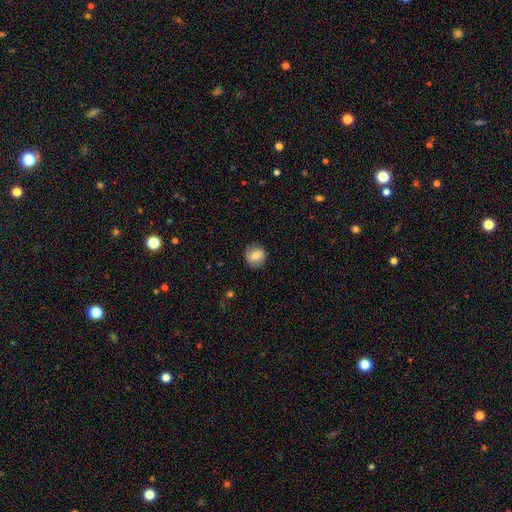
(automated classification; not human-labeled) Smooth or featured: smooth — 70% (featured or disk — 21%)
How rounded: round — 81% (in between — 18%)
Merging: none — 85% (minor disturbance — 11%)